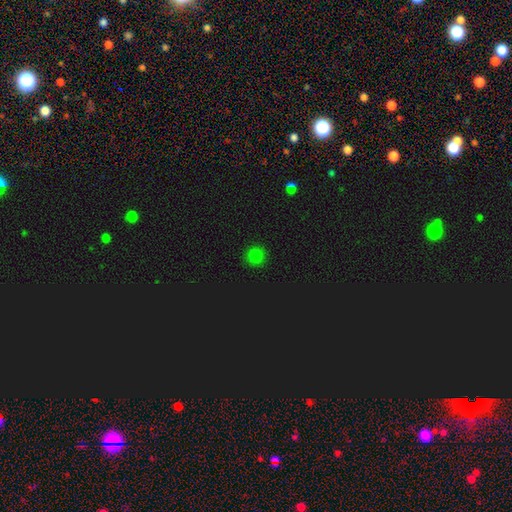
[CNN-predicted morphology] Overall: smooth (78%). How rounded: round (93%). Merging: none (91%).